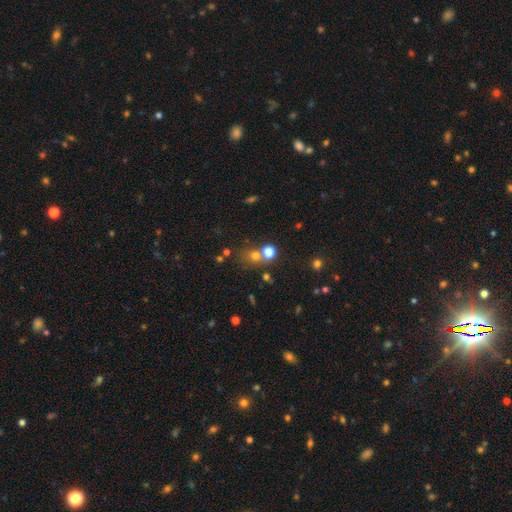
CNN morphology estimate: Smooth or featured? Predicted: smooth (p=0.65). How rounded? Predicted: round (p=0.78). Merging? Predicted: none (p=0.56).